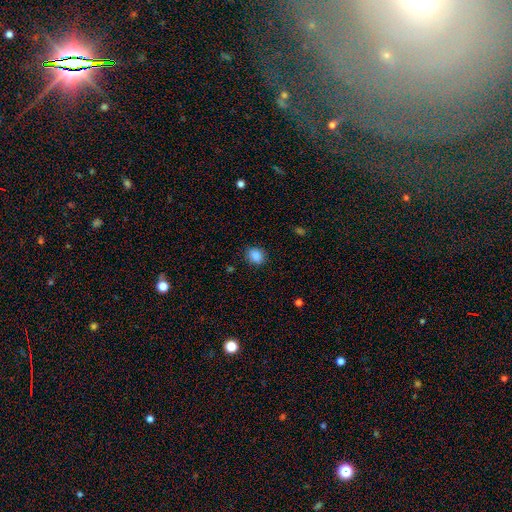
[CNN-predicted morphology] A smooth galaxy with no disk features (87%) that is round (54%). Merging: none (83%).